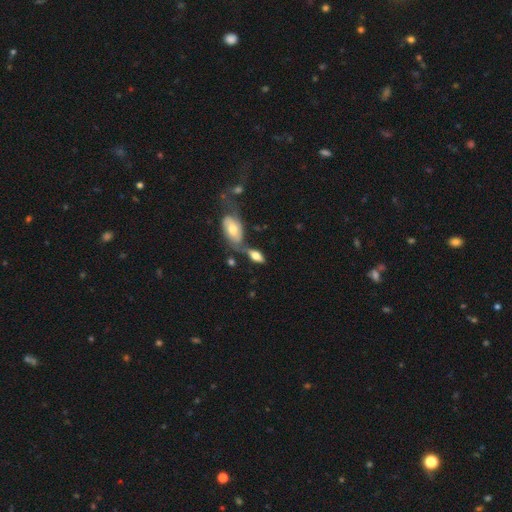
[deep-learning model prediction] Morphology: type=smooth (64%); roundness=in between (86%); merging=merger (40%).